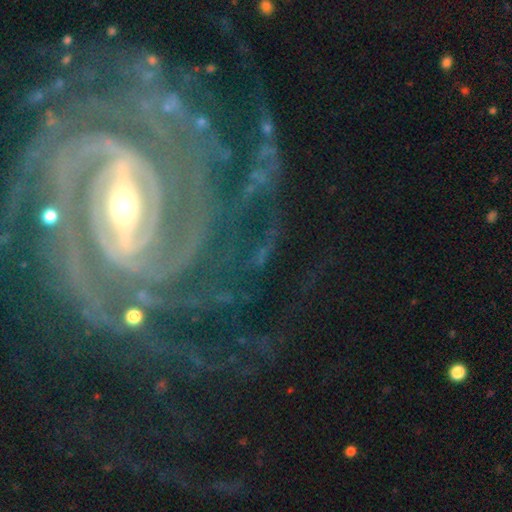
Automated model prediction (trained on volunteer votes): This is clearly a featured or disk galaxy (88%). It is clearly not viewed edge-on (95%). Bar: likely strong (64%). Spiral arm pattern: clearly yes (96%). Spiral arm count: marginally 2 (21%). Spiral winding: likely tight (65%). Central bulge: possibly small (47%). Merging: likely none (66%).